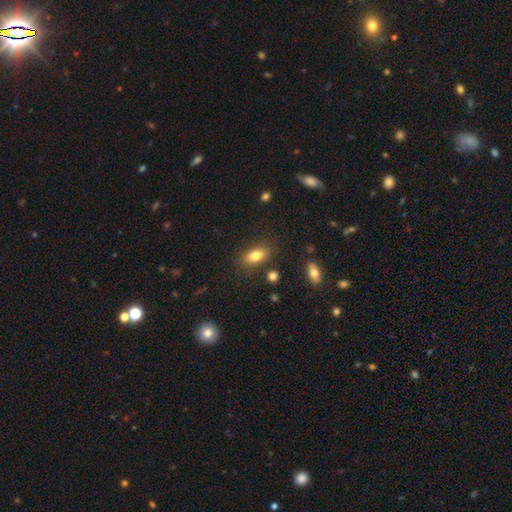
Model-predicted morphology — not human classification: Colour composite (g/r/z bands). It shows a smooth galaxy with no disk features (79%) that is in between round and cigar-shaped (85%). Merging: none (82%).